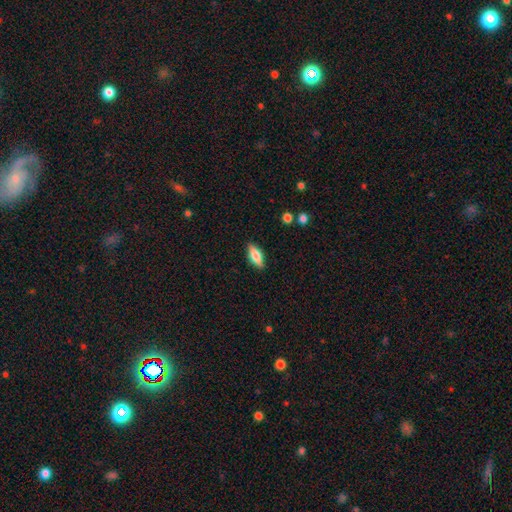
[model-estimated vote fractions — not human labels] Smooth or featured: smooth — 66% (featured or disk — 27%)
How rounded: in between — 68% (cigar-shaped — 29%)
Merging: none — 87% (minor disturbance — 9%)